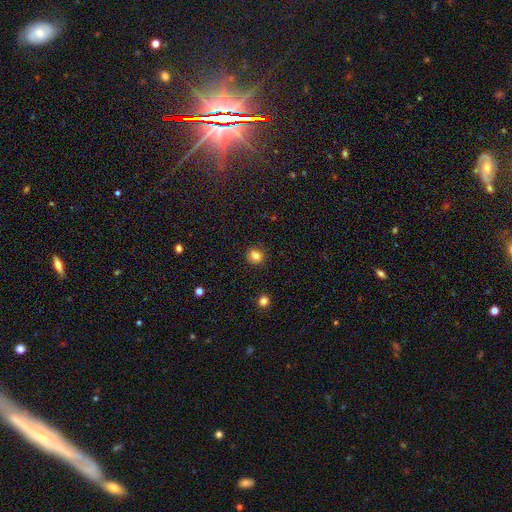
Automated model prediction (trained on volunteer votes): Smooth or featured? Predicted: smooth (p=0.83). How rounded? Predicted: round (p=0.80). Merging? Predicted: none (p=0.87).